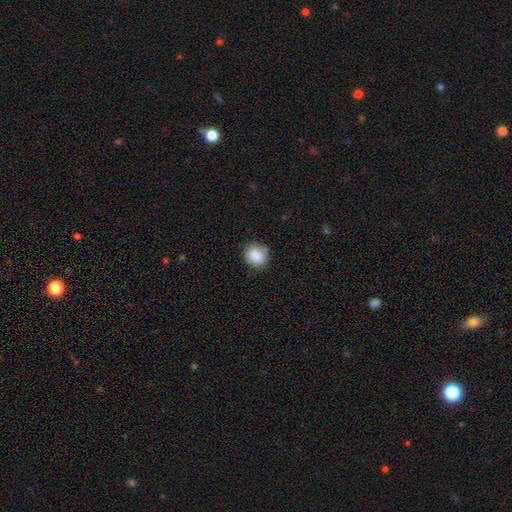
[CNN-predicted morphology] type=smooth (85%); roundness=round (65%); merging=none (77%).